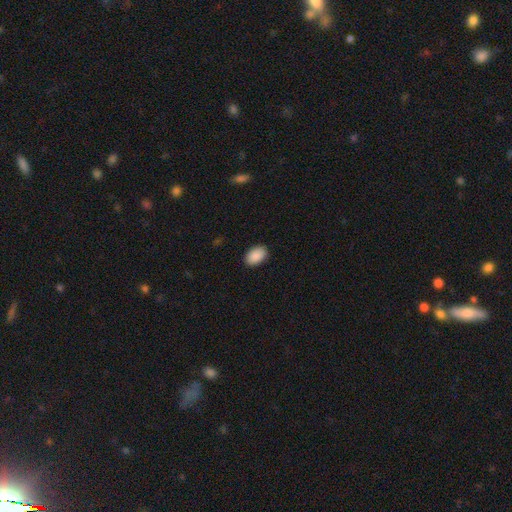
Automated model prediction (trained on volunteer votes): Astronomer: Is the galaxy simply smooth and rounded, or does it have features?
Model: smooth — 90%.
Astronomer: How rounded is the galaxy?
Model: in between — 91%.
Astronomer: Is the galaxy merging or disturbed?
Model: none — 89%.